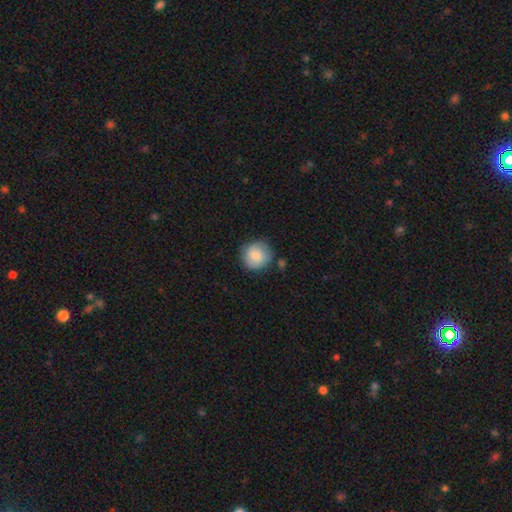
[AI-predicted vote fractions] Smooth or featured? Predicted: smooth (p=0.78). How rounded? Predicted: round (p=0.90). Merging? Predicted: none (p=0.77).